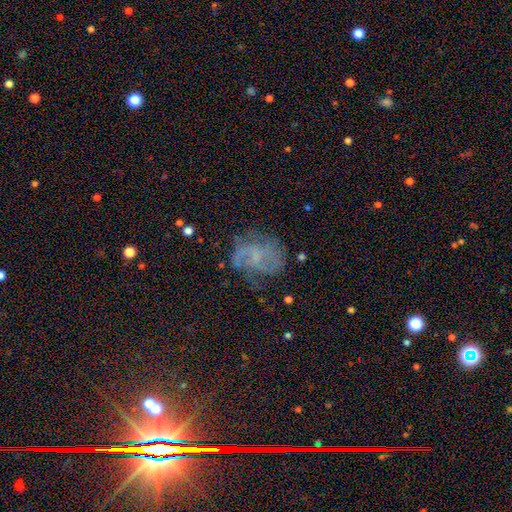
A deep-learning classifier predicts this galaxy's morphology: Smooth or featured? featured or disk (51%)
Edge-on disk? no (97%)
Merging? none (53%)